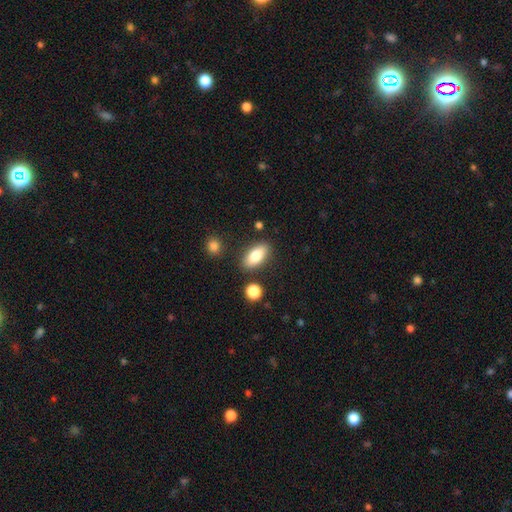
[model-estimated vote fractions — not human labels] The model was most divided on "smooth or featured": smooth: 79%, featured or disk: 14%, star or artifact: 7%. More confident: how rounded — in between (87%); merging — none (84%).